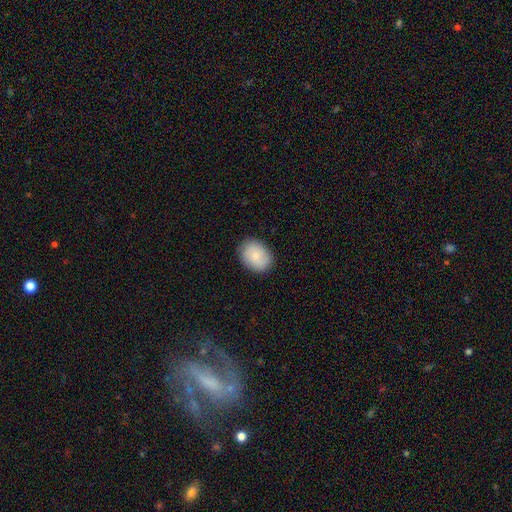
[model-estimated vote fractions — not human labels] smooth-or-featured: smooth: 82% | featured or disk: 11% | star or artifact: 6%
  how-rounded: in between: 61% | round: 38% | cigar-shaped: 1%
  merging: none: 86% | minor disturbance: 11% | major disturbance: 2% | merger: 1%